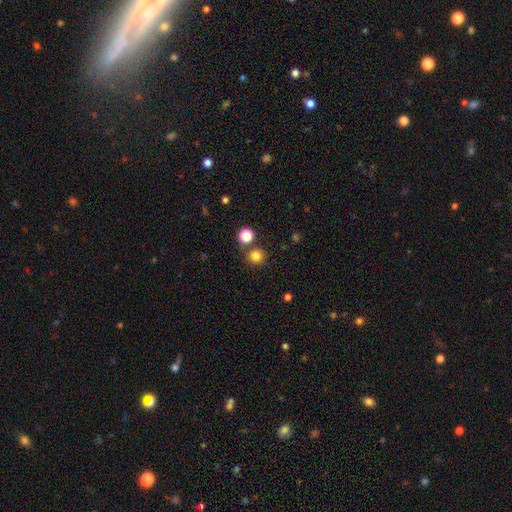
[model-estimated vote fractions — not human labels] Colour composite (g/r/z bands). It shows a smooth galaxy with no disk features (81%) that is round (93%). Merging: none (79%).